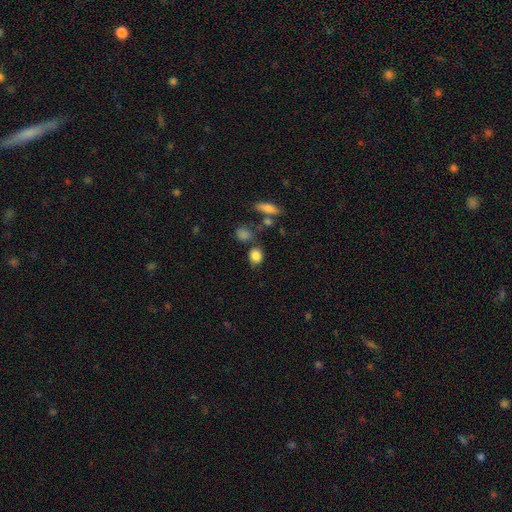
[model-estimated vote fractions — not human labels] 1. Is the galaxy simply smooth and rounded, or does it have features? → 84% smooth, 10% star or artifact, 6% featured or disk.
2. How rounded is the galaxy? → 54% round, 44% in between, 2% cigar-shaped.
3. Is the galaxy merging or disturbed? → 68% none, 16% minor disturbance, 11% merger, 5% major disturbance.